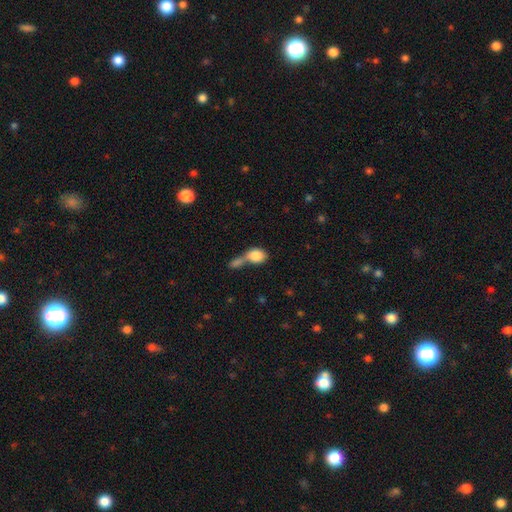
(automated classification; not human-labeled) Smooth or featured?
  - smooth: 82% *
  - featured or disk: 10%
  - star or artifact: 7%
How rounded?
  - in between: 63% *
  - round: 35%
  - cigar-shaped: 3%
Merging?
  - merger: 66% *
  - none: 20%
  - minor disturbance: 8%
  - major disturbance: 7%